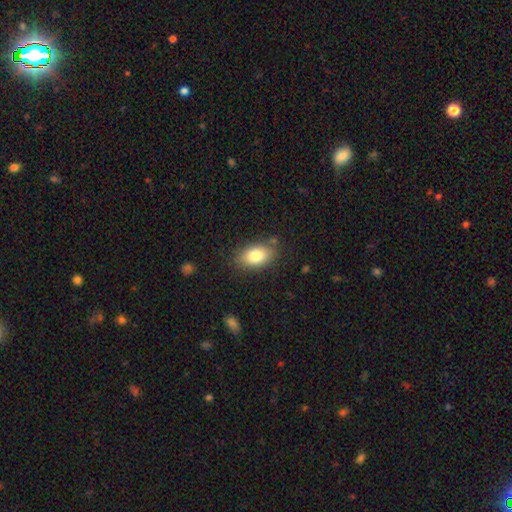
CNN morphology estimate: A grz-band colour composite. It shows a smooth galaxy with no disk features (82%) that is in between round and cigar-shaped (89%). Merging: none (81%).